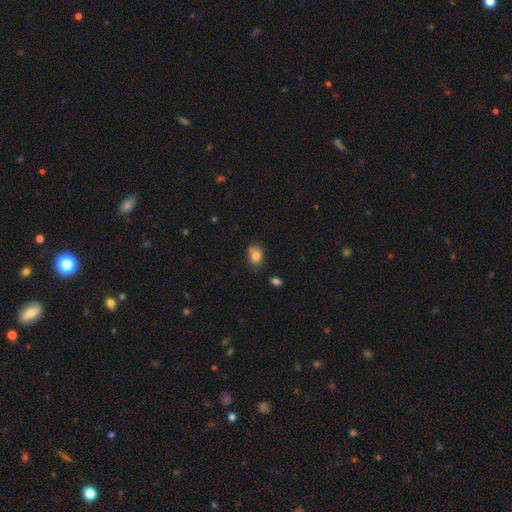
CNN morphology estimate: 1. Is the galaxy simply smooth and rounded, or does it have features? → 84% smooth, 10% star or artifact, 6% featured or disk.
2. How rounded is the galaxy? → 59% in between, 40% round, 1% cigar-shaped.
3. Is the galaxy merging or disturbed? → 66% none, 23% minor disturbance, 6% merger, 5% major disturbance.